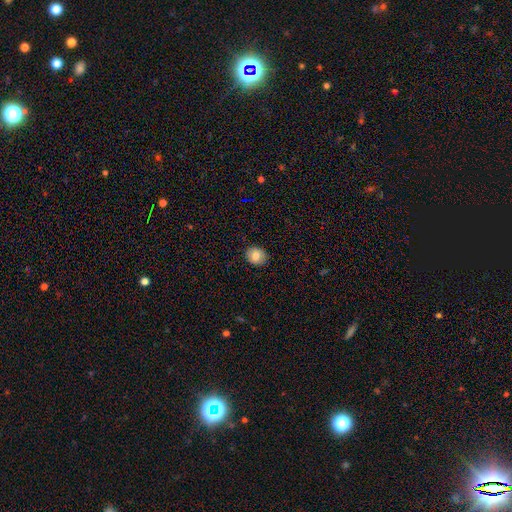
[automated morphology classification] This appears to be a smooth galaxy with no disk features (79%) that is round (68%). Merging: none (89%).